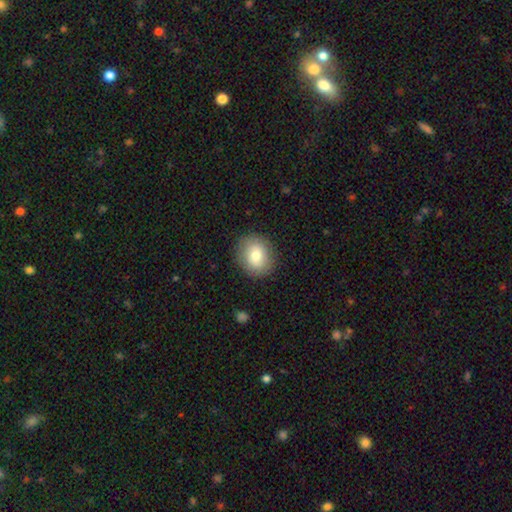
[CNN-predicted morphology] A smooth galaxy with no disk features (79%) that is round (66%). Merging: none (88%).